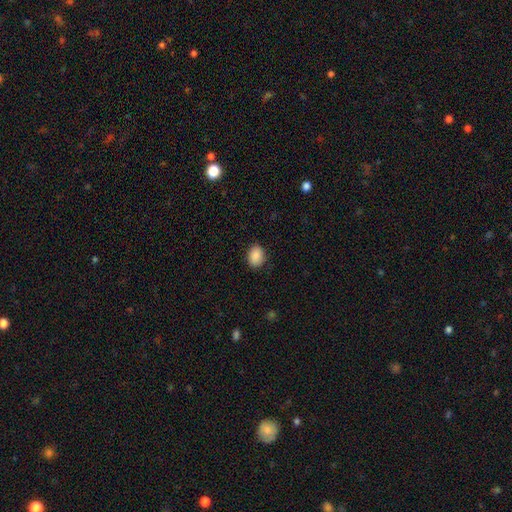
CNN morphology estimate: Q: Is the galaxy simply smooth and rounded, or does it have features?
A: smooth — 89%.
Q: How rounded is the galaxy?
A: in between — 66%.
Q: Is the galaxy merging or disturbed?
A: none — 87%.